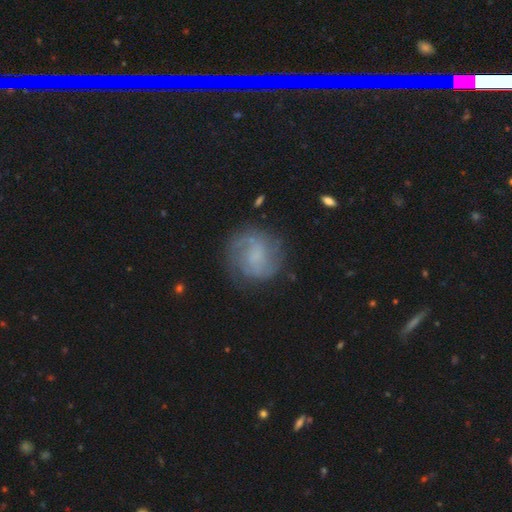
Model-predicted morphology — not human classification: type=featured or disk (70%); edge-on=no (98%); bar=no (46%); spiral arms=yes (91%); winding=medium (43%); arm count=2 (67%); bulge=none (47%); merging=none (75%).